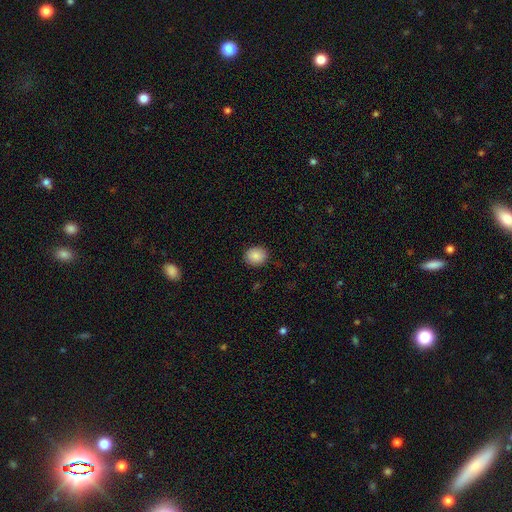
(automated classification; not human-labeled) A smooth galaxy with no disk features (87%) that is round (71%).

Vote fractions:
- Smooth or featured? smooth: 87% / star or artifact: 8% / featured or disk: 5%
- How rounded? round: 71% / in between: 29% / cigar-shaped: 1%
- Merging? none: 90% / minor disturbance: 7% / major disturbance: 2% / merger: 1%